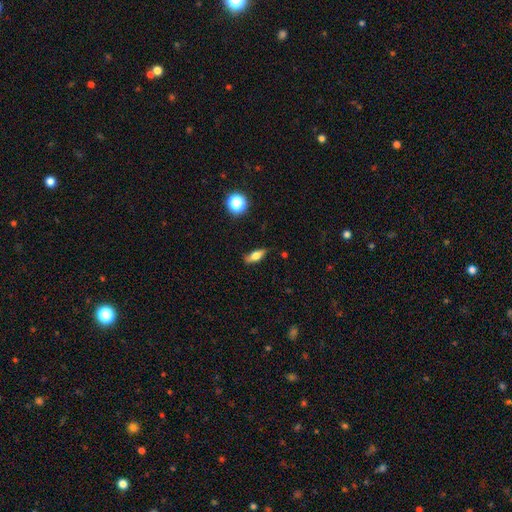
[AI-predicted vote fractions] Q: Smooth or featured?
A: smooth (61%); runner-up: featured or disk (30%)
Q: How rounded?
A: in between (65%); runner-up: cigar-shaped (29%)
Q: Merging?
A: none (81%); runner-up: minor disturbance (14%)